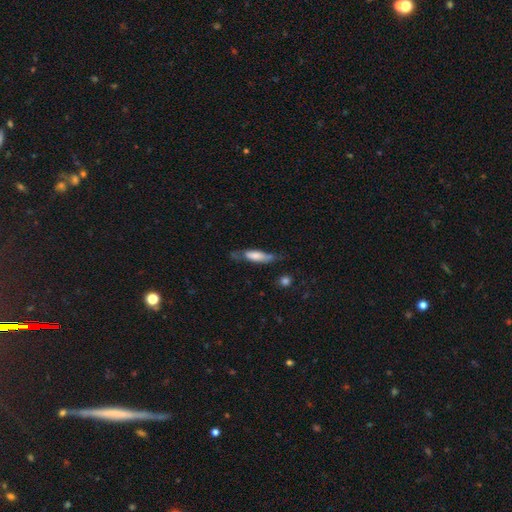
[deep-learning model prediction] smooth-or-featured: smooth: 62% | featured or disk: 32% | star or artifact: 7%
  how-rounded: cigar-shaped: 58% | in between: 40% | round: 2%
  merging: none: 49% | minor disturbance: 32% | major disturbance: 15% | merger: 4%